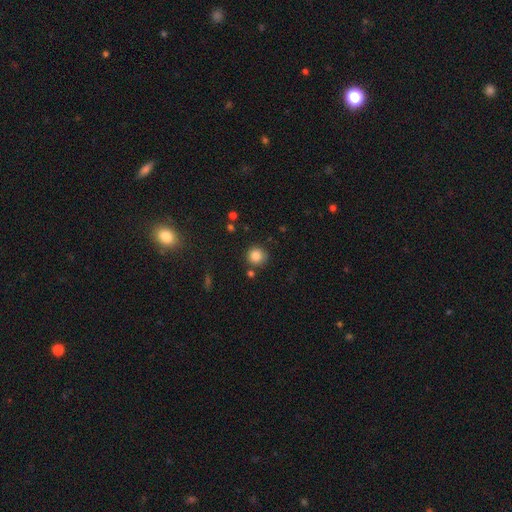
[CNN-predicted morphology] The model was most divided on "merging": none: 82%, minor disturbance: 9%, merger: 6%, major disturbance: 3%. More confident: how rounded — round (92%); smooth or featured — smooth (84%).